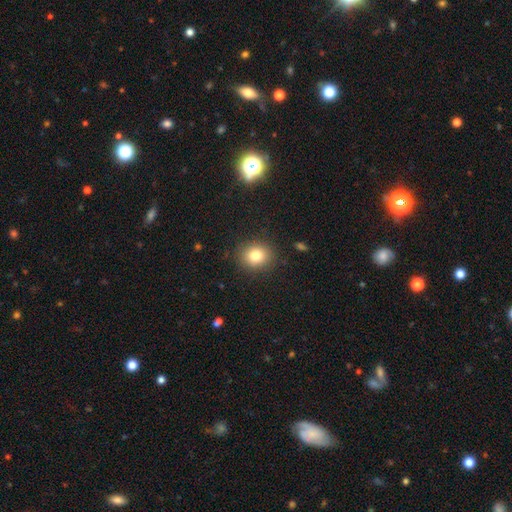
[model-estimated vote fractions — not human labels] Smooth or featured: smooth — 80% (star or artifact — 12%)
How rounded: round — 71% (in between — 28%)
Merging: none — 89% (minor disturbance — 8%)